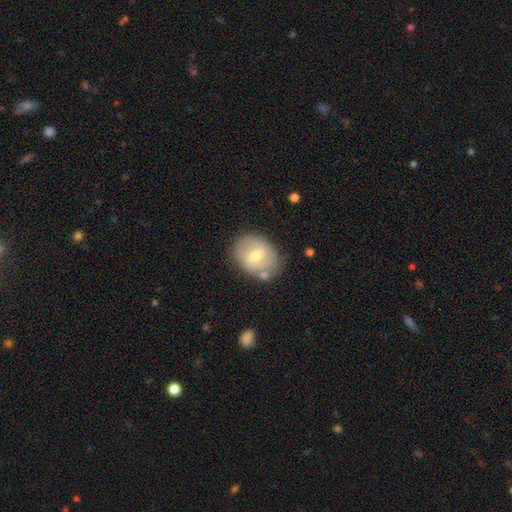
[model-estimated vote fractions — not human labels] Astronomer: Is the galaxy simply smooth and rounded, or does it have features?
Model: featured or disk — 54% (runner-up: smooth, 39%).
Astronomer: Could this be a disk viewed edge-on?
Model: no — 96%.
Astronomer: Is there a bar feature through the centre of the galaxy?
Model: weak — 53% (runner-up: no, 32%).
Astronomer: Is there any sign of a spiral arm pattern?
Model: yes — 66%.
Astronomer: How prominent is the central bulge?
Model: moderate — 65%.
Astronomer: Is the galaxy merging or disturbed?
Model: none — 70%.